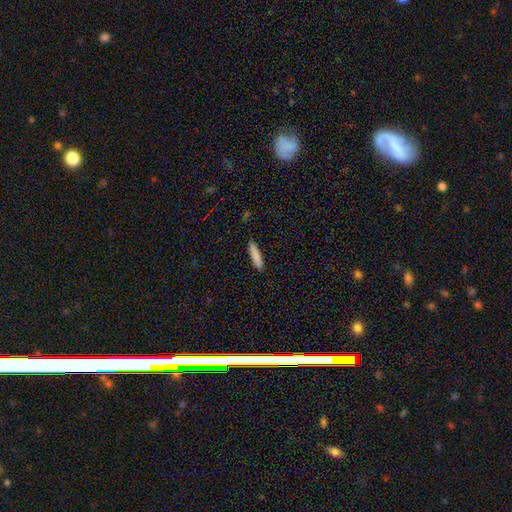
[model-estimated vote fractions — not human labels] smooth 86%, featured or disk 7%, star or artifact 7%. Down the decision tree: how rounded — cigar-shaped (81%); merging — none (86%).